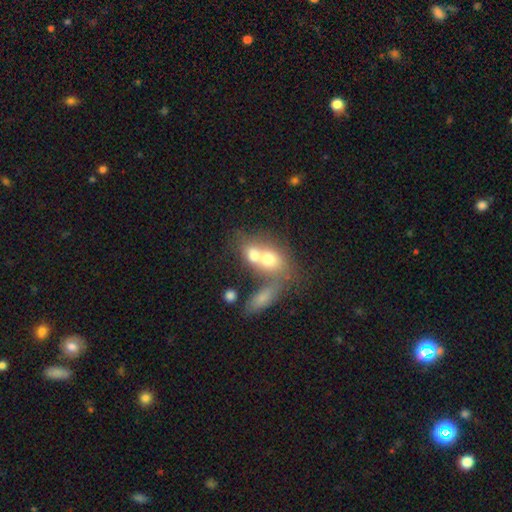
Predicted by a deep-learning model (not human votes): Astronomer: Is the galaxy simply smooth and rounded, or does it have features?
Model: smooth — 64%.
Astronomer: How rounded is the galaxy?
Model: in between — 60% (runner-up: round, 36%).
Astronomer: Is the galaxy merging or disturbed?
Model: merger — 72%.